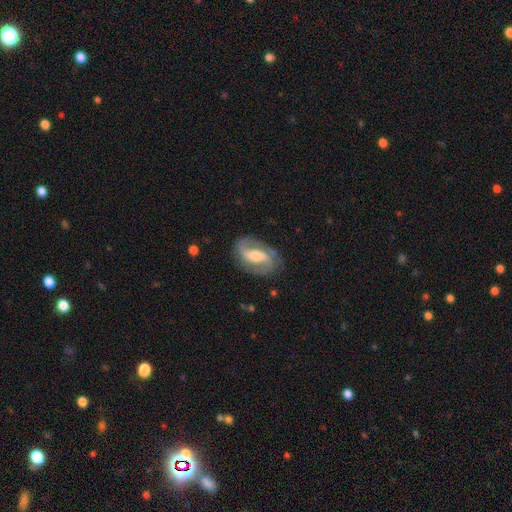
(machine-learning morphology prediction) smooth_or_featured: featured or disk (p=0.83) [alt: smooth p=0.11]
disk_edge_on: no (p=0.96) [alt: yes p=0.04]
bar: weak (p=0.40) [alt: strong p=0.39]
has_spiral_arms: yes (p=0.94) [alt: no p=0.06]
spiral_winding: medium (p=0.48) [alt: loose p=0.28]
spiral_arm_count: 2 (p=0.88) [alt: can't tell p=0.05]
bulge_size: moderate (p=0.55) [alt: small p=0.30]
merging: none (p=0.78) [alt: minor disturbance p=0.15]